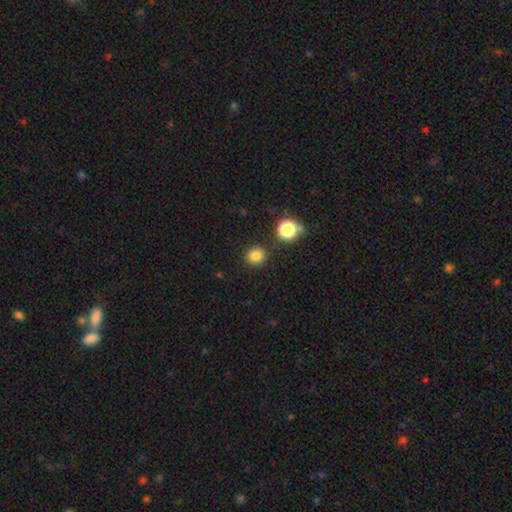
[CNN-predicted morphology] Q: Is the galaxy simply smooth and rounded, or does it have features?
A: smooth — 81%.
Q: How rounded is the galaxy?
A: round — 84%.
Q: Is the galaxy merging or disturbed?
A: none — 86%.